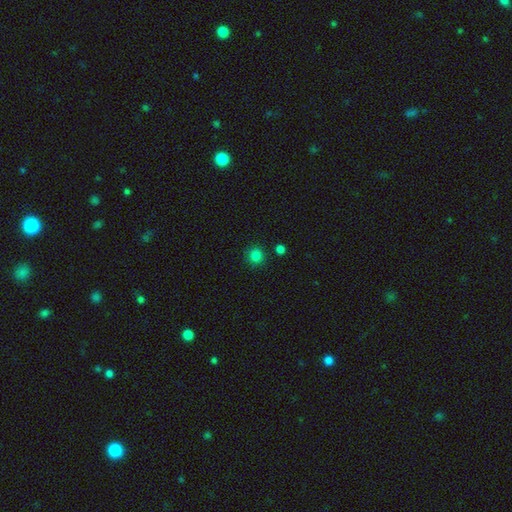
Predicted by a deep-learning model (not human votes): Overall: smooth (83%). How rounded: round (92%). Merging: none (88%).